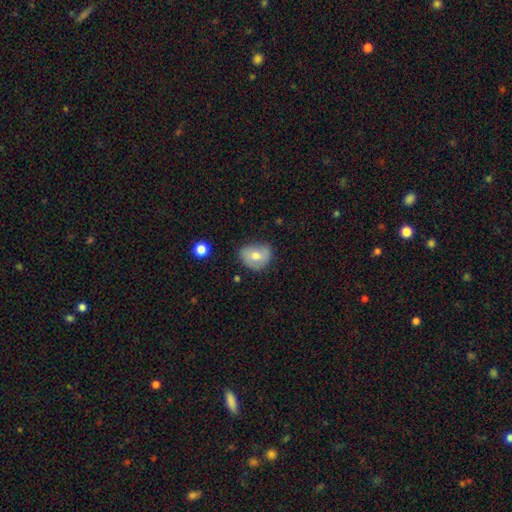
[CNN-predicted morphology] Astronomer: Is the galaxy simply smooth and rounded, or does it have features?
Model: smooth — 67%.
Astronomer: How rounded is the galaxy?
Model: round — 53% (runner-up: in between, 46%).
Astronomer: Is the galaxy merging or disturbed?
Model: none — 61%.